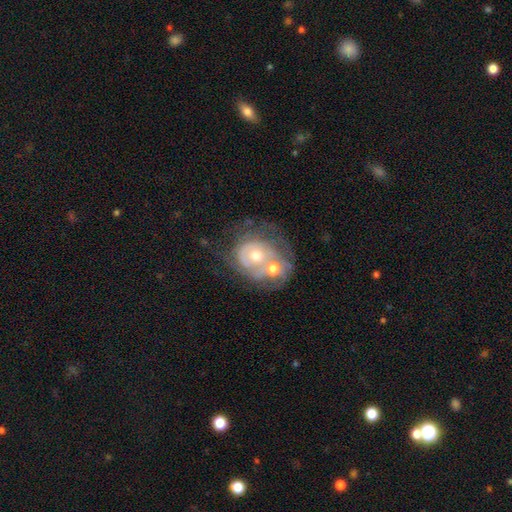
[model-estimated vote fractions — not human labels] Q: Smooth or featured?
A: featured or disk (68%); runner-up: smooth (25%)
Q: Edge-on disk?
A: no (97%); runner-up: yes (3%)
Q: Bar?
A: no (83%); runner-up: weak (14%)
Q: Spiral arms?
A: yes (63%); runner-up: no (37%)
Q: Bulge size?
A: moderate (68%); runner-up: small (24%)
Q: Merging?
A: merger (48%); runner-up: none (27%)